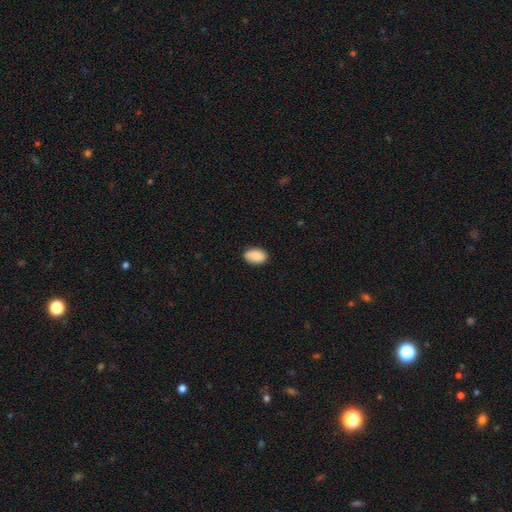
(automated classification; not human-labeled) smooth_or_featured: smooth (p=0.85) [alt: featured or disk p=0.08]
how_rounded: in between (p=0.89) [alt: round p=0.10]
merging: none (p=0.84) [alt: minor disturbance p=0.13]